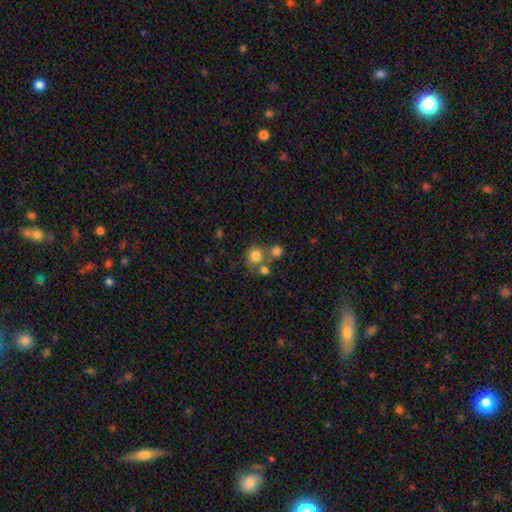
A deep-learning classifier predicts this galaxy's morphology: Overall: smooth (76%). How rounded: round (85%). Merging: none (53%; merger 31%).